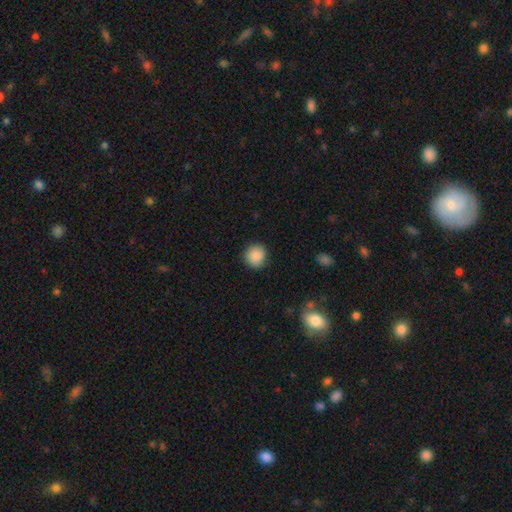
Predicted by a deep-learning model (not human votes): Smooth or featured? smooth (87%)
How rounded? round (89%)
Merging? none (83%)